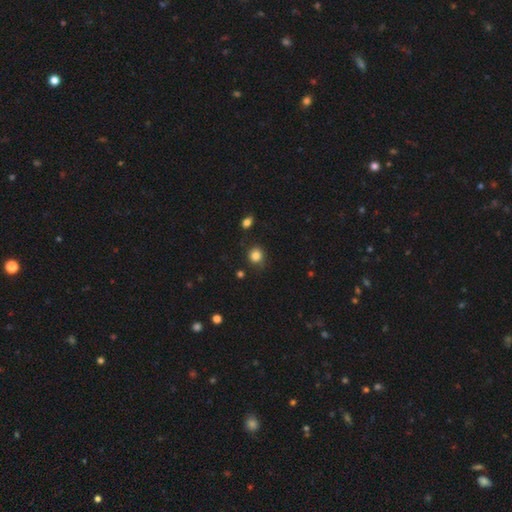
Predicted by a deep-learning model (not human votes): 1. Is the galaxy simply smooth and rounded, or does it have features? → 84% smooth, 11% star or artifact, 5% featured or disk.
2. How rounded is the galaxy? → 84% round, 15% in between, 1% cigar-shaped.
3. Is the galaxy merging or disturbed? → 79% none, 15% minor disturbance, 3% major disturbance, 3% merger.